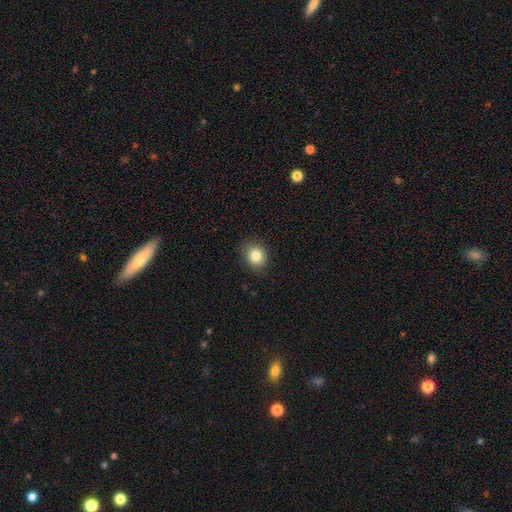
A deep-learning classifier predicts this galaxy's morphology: This appears to be a smooth galaxy with no disk features (83%) that is round (67%). Merging: none (87%).